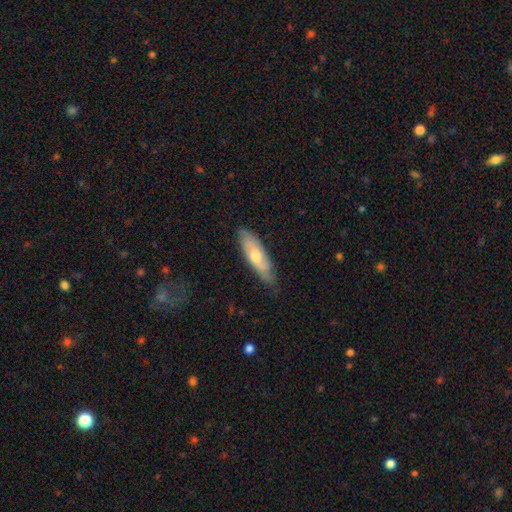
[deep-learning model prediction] Q: Smooth or featured?
A: smooth (52%); runner-up: featured or disk (43%)
Q: How rounded?
A: cigar-shaped (50%); runner-up: in between (48%)
Q: Merging?
A: none (73%); runner-up: minor disturbance (22%)